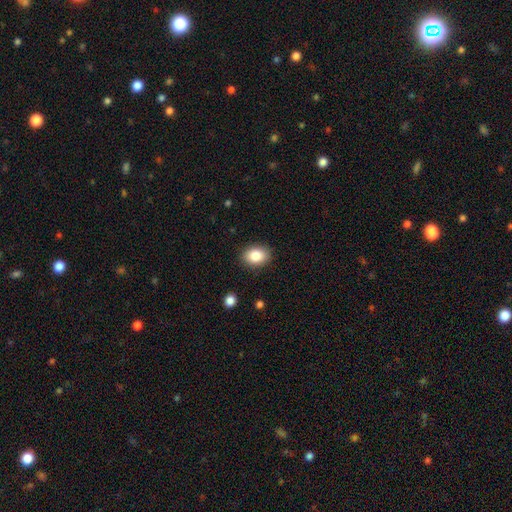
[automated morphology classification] The model was most divided on "how rounded": in between: 68%, round: 31%, cigar-shaped: 1%. More confident: merging — none (88%); smooth or featured — smooth (85%).